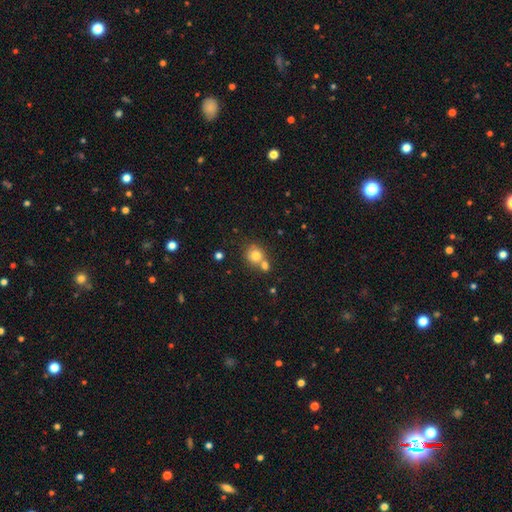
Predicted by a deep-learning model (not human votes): This appears to be a smooth galaxy with no disk features (78%) that is round (83%). Merging: none (48%).